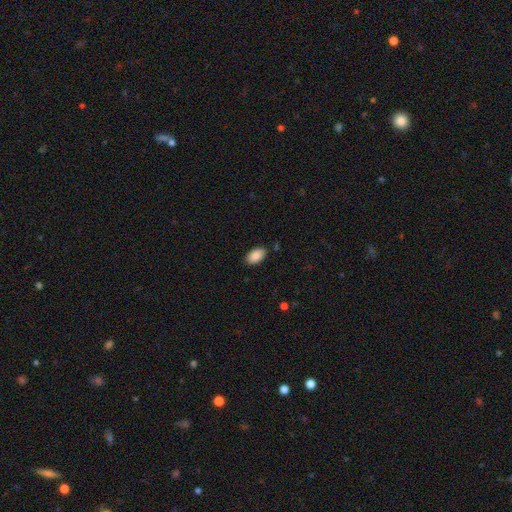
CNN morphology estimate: A smooth galaxy with no disk features (89%) that is in between round and cigar-shaped (94%). Merging: none (87%).